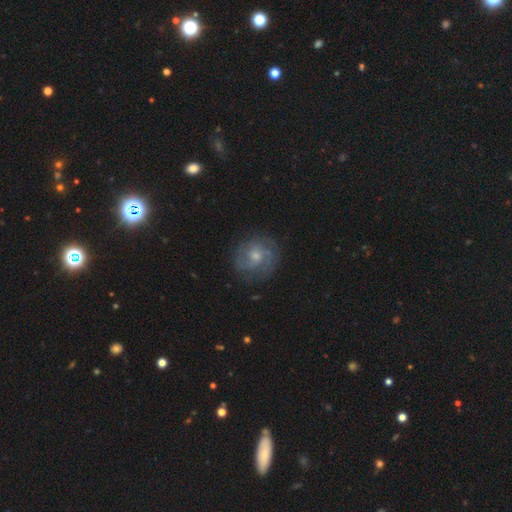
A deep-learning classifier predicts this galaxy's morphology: The model was most divided on "spiral winding": tight: 47%, medium: 40%, loose: 12%. Remaining: edge-on disk — no (98%); spiral arms — yes (93%); merging — none (79%); smooth or featured — featured or disk (74%); bar — no (61%); bulge size — moderate (51%); spiral arm count — 2 (36%).